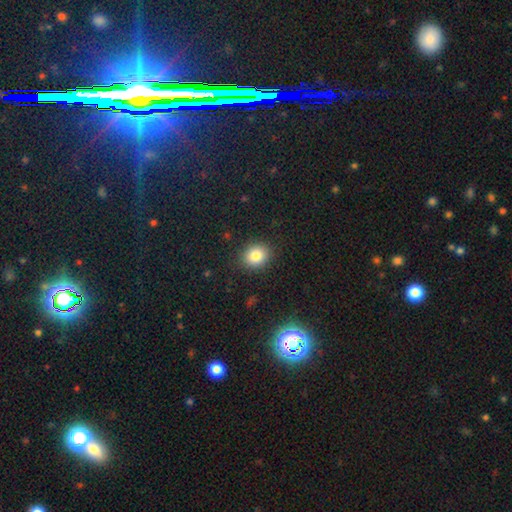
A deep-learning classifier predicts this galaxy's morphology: Smooth or featured?
  - smooth: 83% *
  - star or artifact: 10%
  - featured or disk: 6%
How rounded?
  - round: 66% *
  - in between: 33%
  - cigar-shaped: 1%
Merging?
  - none: 88% *
  - minor disturbance: 8%
  - major disturbance: 3%
  - merger: 1%